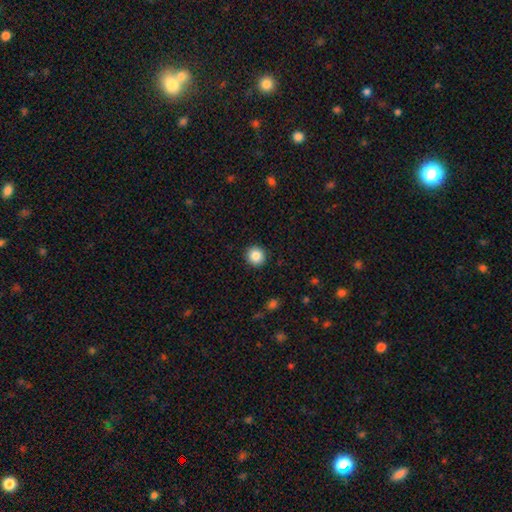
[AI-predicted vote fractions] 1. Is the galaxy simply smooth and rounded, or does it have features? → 86% smooth, 9% star or artifact, 4% featured or disk.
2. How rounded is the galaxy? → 94% round, 5% in between, 1% cigar-shaped.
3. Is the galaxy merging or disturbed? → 93% none, 5% minor disturbance, 2% major disturbance, 1% merger.